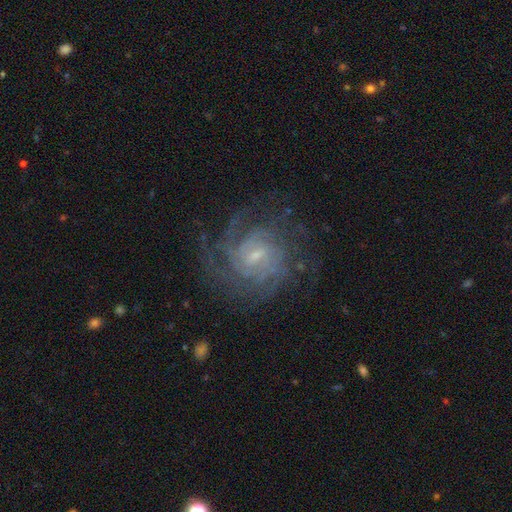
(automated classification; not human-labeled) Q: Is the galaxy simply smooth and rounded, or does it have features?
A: featured or disk — 86%.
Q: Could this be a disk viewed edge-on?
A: no — 98%.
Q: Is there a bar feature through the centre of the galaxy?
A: weak — 58%.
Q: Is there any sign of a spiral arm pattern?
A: yes — 96%.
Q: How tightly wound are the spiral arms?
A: tight — 64%.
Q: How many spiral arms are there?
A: can't tell — 33%.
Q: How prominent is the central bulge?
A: small — 66%.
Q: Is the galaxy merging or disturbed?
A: none — 74%.